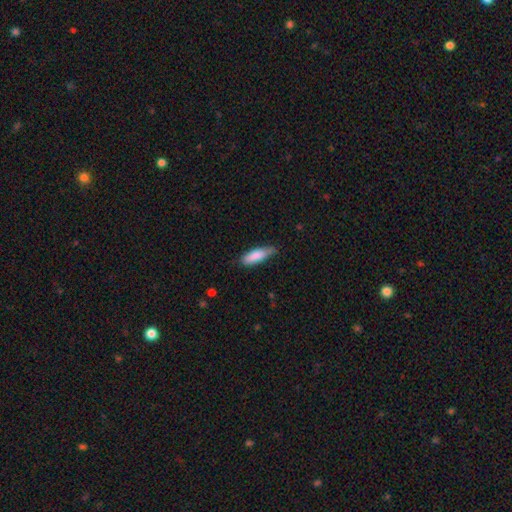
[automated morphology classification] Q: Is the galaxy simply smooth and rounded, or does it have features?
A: smooth — 83%.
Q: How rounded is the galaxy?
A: cigar-shaped — 50%.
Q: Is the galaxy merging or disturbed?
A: none — 67%.